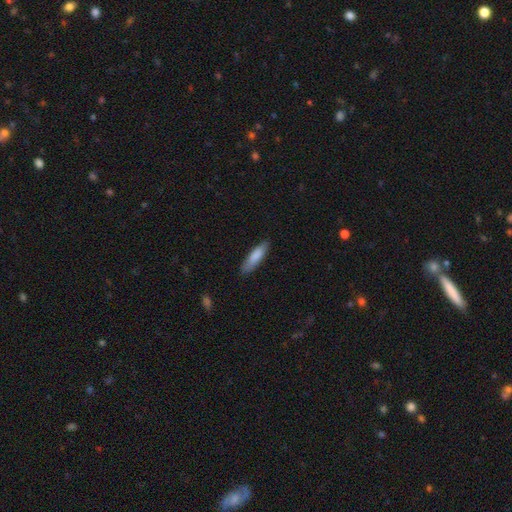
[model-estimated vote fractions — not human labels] This appears to be a smooth galaxy with no disk features (82%) that is cigar-shaped (68%). Merging: none (84%).